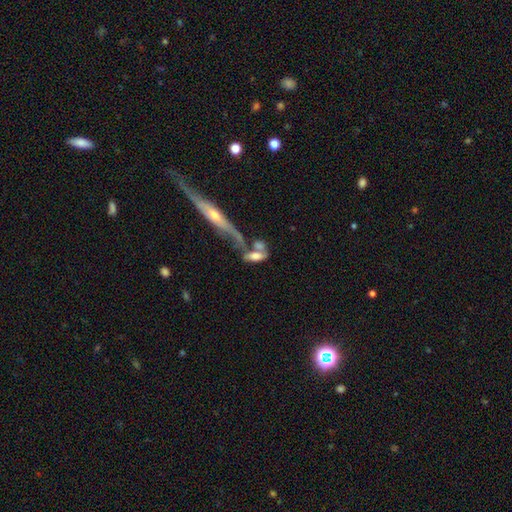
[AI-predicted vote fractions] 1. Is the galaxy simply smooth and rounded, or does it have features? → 59% smooth, 32% featured or disk, 8% star or artifact.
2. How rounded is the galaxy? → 70% in between, 26% cigar-shaped, 5% round.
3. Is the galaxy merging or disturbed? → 50% merger, 25% none, 13% minor disturbance, 12% major disturbance.